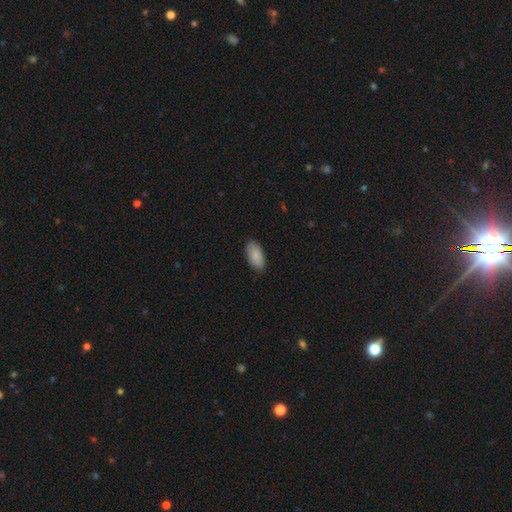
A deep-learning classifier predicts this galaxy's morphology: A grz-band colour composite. It shows a smooth galaxy with no disk features (88%) that is in between round and cigar-shaped (93%). Merging: none (84%).